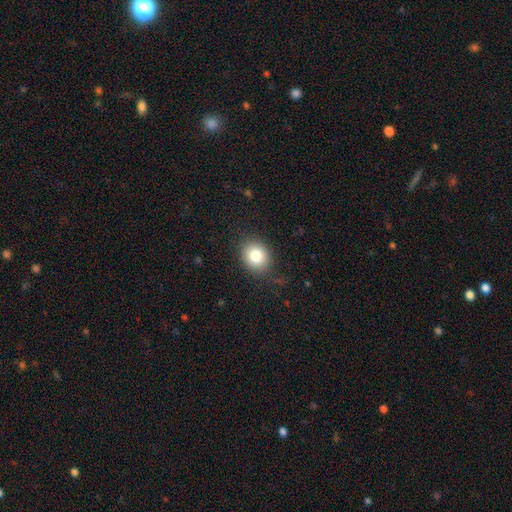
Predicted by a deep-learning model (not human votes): This appears to be a smooth galaxy with no disk features (82%) that is round (65%). Merging: none (84%).